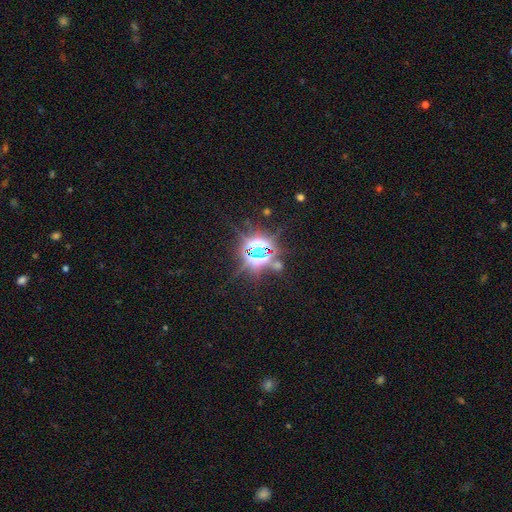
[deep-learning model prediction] This is clearly a star or artifact rather than a galaxy (82%).